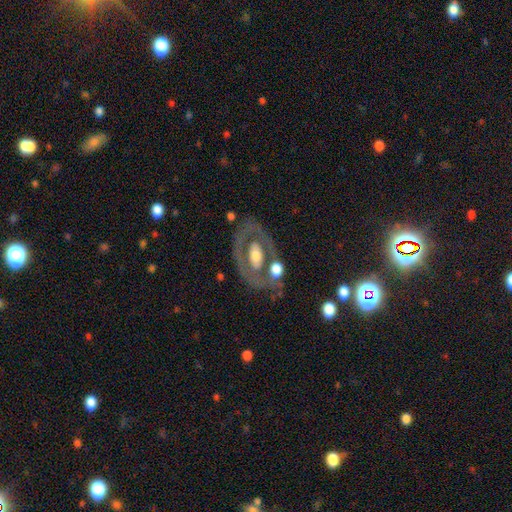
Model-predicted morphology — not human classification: Smooth or featured? featured or disk (64%)
Edge-on disk? no (91%)
Bar? no (68%)
Spiral arms? no (76%)
Bulge size? moderate (54%)
Merging? none (57%)